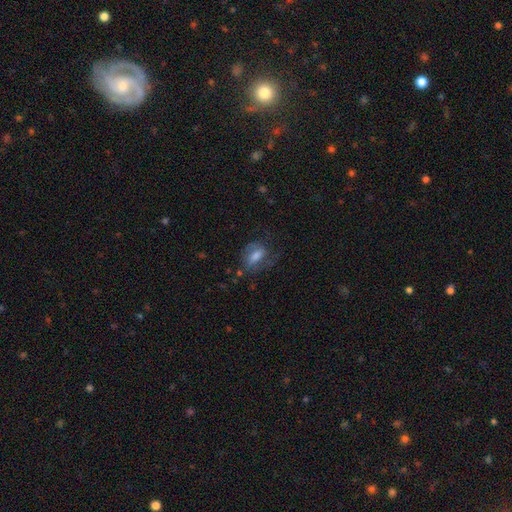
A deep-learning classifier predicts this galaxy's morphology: The model was most divided on "smooth or featured": featured or disk: 48%, smooth: 42%, star or artifact: 10%. More confident: merging — none (56%).